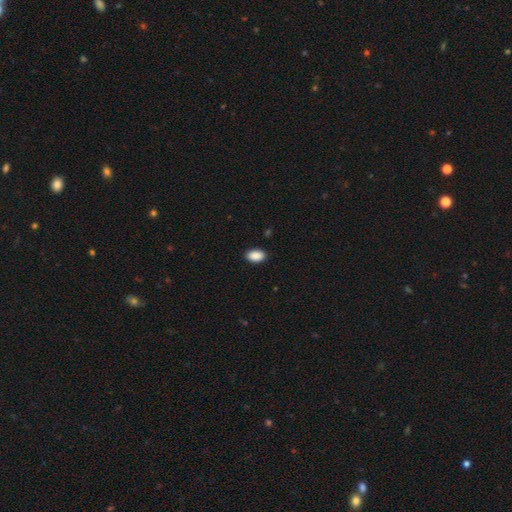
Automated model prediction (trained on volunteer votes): smooth_or_featured: smooth (p=0.90) [alt: star or artifact p=0.07]
how_rounded: in between (p=0.91) [alt: round p=0.07]
merging: none (p=0.89) [alt: minor disturbance p=0.08]